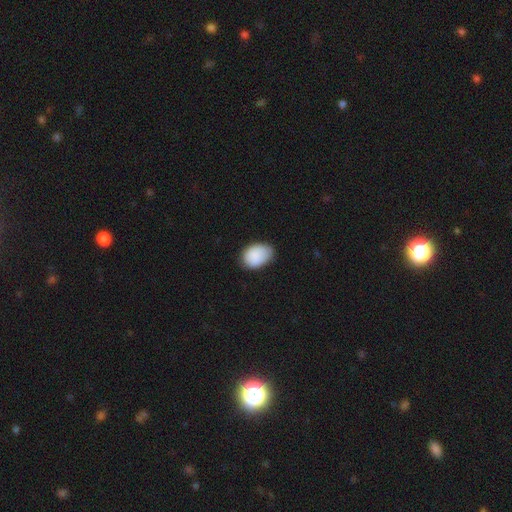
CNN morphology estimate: smooth-or-featured: smooth: 88% | star or artifact: 7% | featured or disk: 5%
  how-rounded: in between: 80% | round: 19% | cigar-shaped: 1%
  merging: none: 64% | minor disturbance: 30% | major disturbance: 5% | merger: 1%